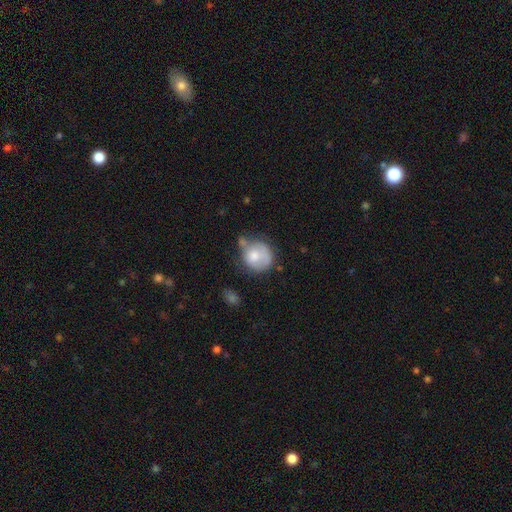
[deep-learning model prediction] Smooth or featured? smooth (71%)
How rounded? round (79%)
Merging? none (43%)